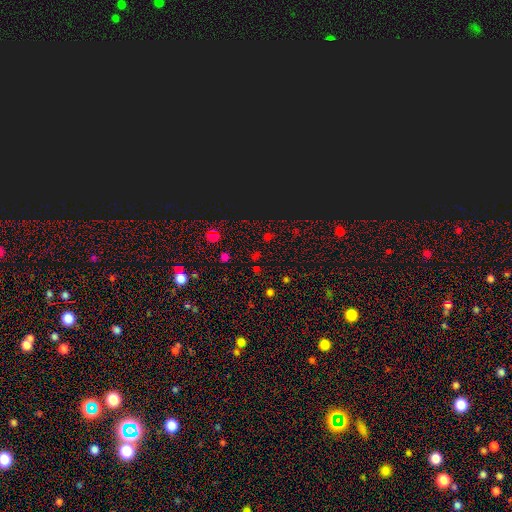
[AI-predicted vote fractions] This is possibly a star or artifact rather than a galaxy (56%).